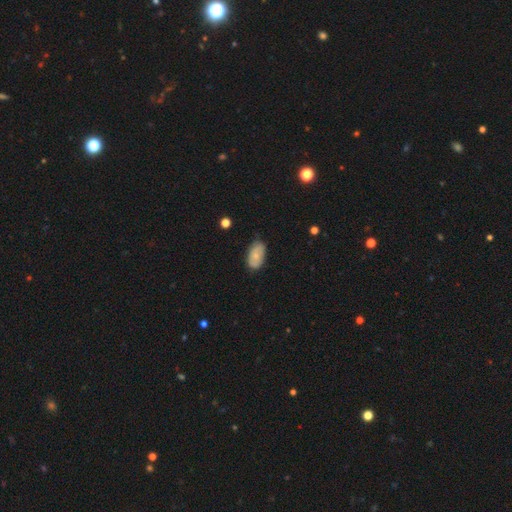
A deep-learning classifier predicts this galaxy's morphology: smooth-or-featured: smooth: 67% | featured or disk: 26% | star or artifact: 7%
  how-rounded: in between: 93% | round: 5% | cigar-shaped: 2%
  merging: none: 69% | minor disturbance: 26% | major disturbance: 4% | merger: 1%